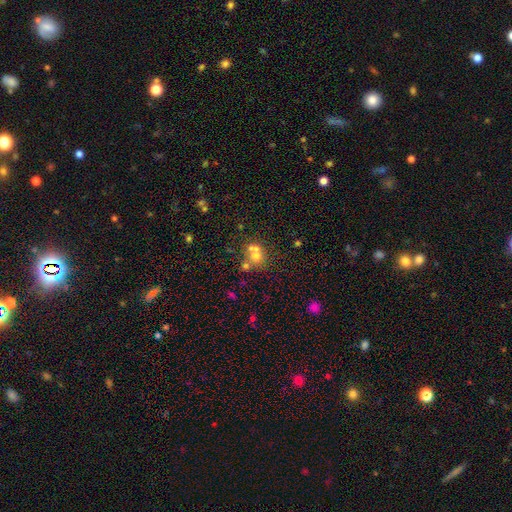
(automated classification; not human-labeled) smooth 59%, featured or disk 22%, star or artifact 19%. Down the decision tree: how rounded — round (81%); merging — merger (46%).